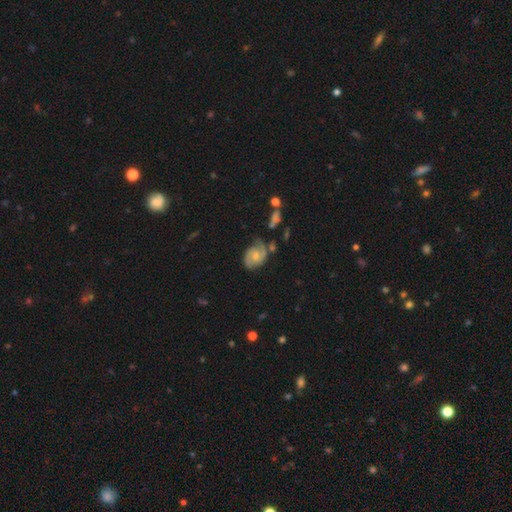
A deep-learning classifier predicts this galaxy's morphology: A featured or disk galaxy (77%) with no bar (54%), 2 (85%) medium (47%) spiral arms (94%) and a moderate central bulge (43%).

Vote fractions:
- Smooth or featured? featured or disk: 77% / smooth: 17% / star or artifact: 7%
- Edge-on disk? no: 97% / yes: 3%
- Bar? no: 54% / weak: 40% / strong: 6%
- Spiral arms? yes: 94% / no: 6%
- Spiral winding? medium: 47% / tight: 35% / loose: 17%
- Spiral arm count? 2: 85% / can't tell: 7% / 1: 3% / 3: 2% / 4: 1% / more than 4: 1%
- Bulge size? moderate: 43% / small: 41% / none: 11% / large: 4% / dominant: 1%
- Merging? none: 62% / minor disturbance: 22% / major disturbance: 9% / merger: 7%